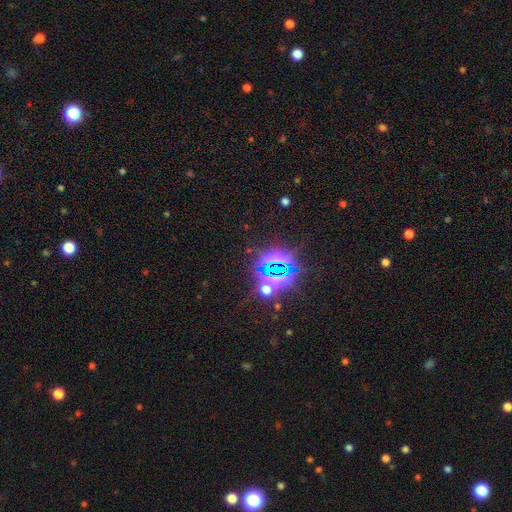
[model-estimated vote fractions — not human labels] Q: Smooth or featured?
A: star or artifact (83%); runner-up: smooth (9%)